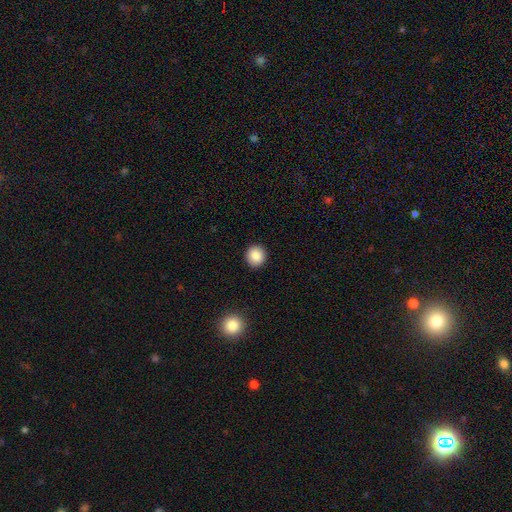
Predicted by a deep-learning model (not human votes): Smooth or featured: smooth — 88% (star or artifact — 9%)
How rounded: round — 91% (in between — 8%)
Merging: none — 92% (minor disturbance — 5%)